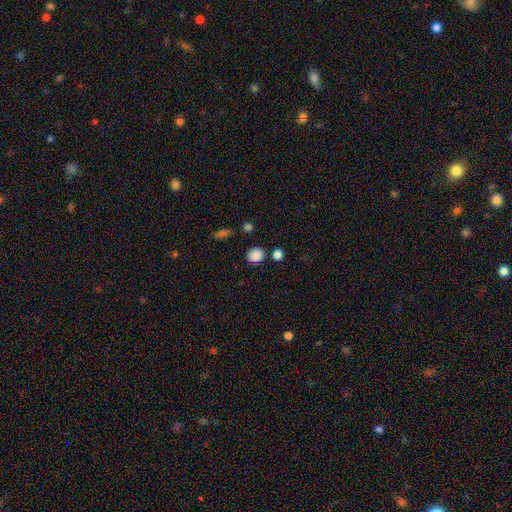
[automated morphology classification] Smooth or featured?
  - smooth: 85% *
  - star or artifact: 11%
  - featured or disk: 4%
How rounded?
  - round: 82% *
  - in between: 17%
  - cigar-shaped: 1%
Merging?
  - none: 82% *
  - minor disturbance: 9%
  - merger: 6%
  - major disturbance: 3%